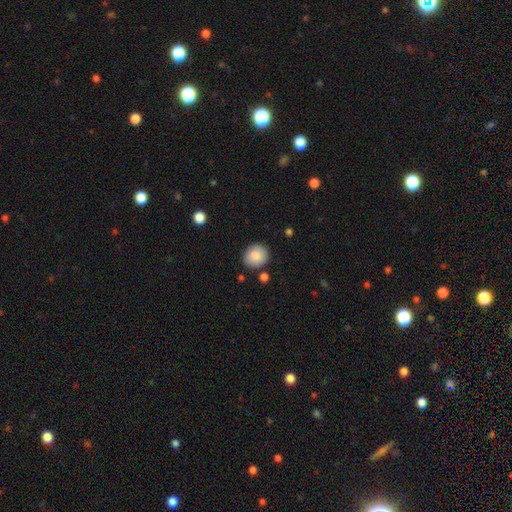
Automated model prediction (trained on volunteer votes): Overall: smooth (85%). How rounded: round (75%). Merging: none (82%).